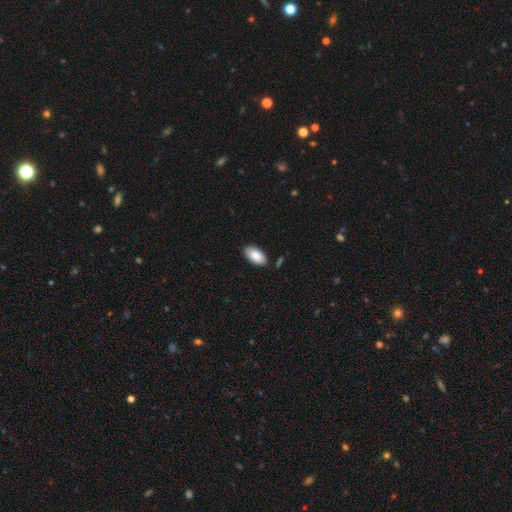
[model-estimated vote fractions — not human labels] Smooth or featured?
  - smooth: 87% *
  - featured or disk: 7%
  - star or artifact: 6%
How rounded?
  - in between: 95% *
  - cigar-shaped: 3%
  - round: 2%
Merging?
  - none: 84% *
  - minor disturbance: 12%
  - merger: 2%
  - major disturbance: 2%